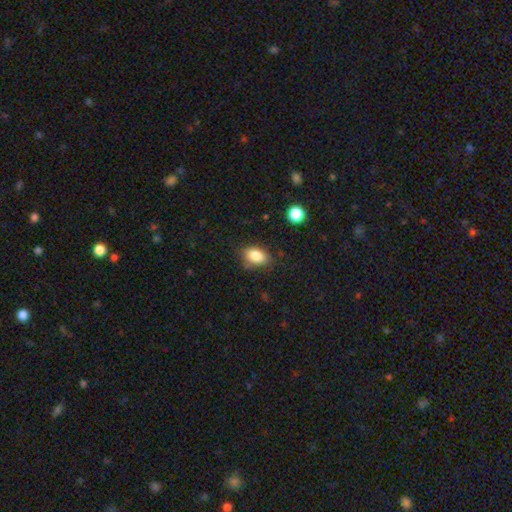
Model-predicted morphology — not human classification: Smooth or featured? Predicted: smooth (p=0.84). How rounded? Predicted: in between (p=0.87). Merging? Predicted: none (p=0.77).